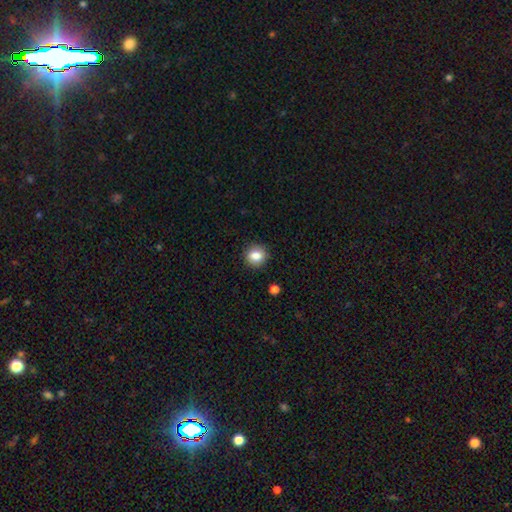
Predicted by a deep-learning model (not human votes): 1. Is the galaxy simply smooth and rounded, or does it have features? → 84% smooth, 9% star or artifact, 6% featured or disk.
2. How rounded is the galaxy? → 81% round, 18% in between, 1% cigar-shaped.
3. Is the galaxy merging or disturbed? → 89% none, 8% minor disturbance, 2% major disturbance, 1% merger.